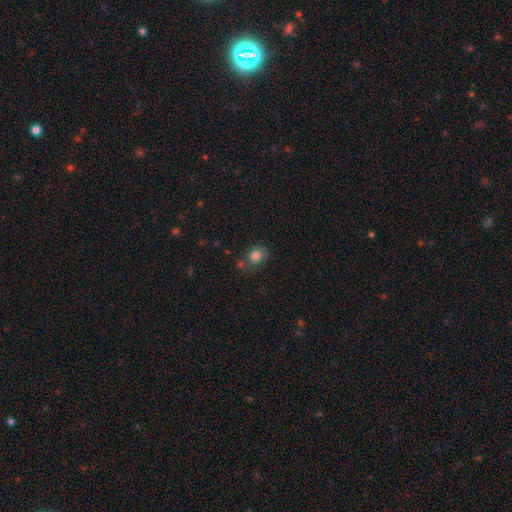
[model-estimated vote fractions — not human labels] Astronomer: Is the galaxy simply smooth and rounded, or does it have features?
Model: smooth — 81%.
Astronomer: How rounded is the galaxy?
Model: in between — 57% (runner-up: round, 41%).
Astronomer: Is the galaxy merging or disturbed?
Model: none — 59%.